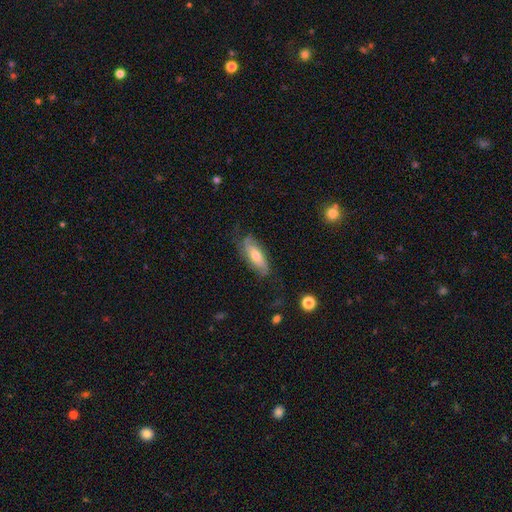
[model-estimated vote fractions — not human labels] smooth 47%, featured or disk 46%, star or artifact 7%. Down the decision tree: merging — none (65%).